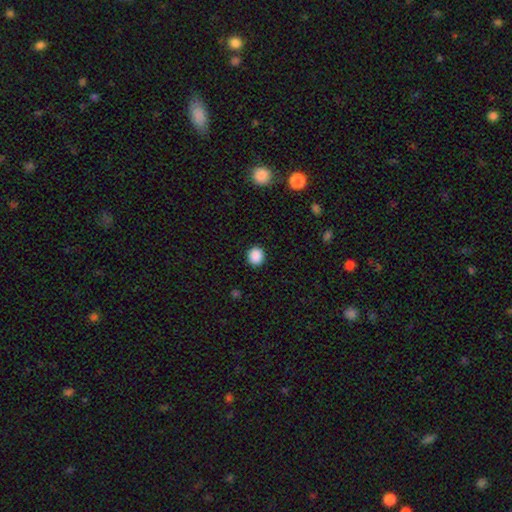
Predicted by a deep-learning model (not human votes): Smooth or featured? Predicted: smooth (p=0.89). How rounded? Predicted: round (p=0.85). Merging? Predicted: none (p=0.91).